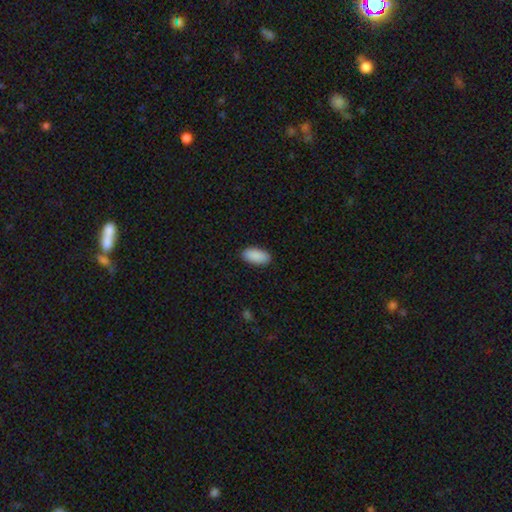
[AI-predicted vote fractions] This appears to be a smooth galaxy with no disk features (91%) that is in between round and cigar-shaped (94%). Merging: none (90%).